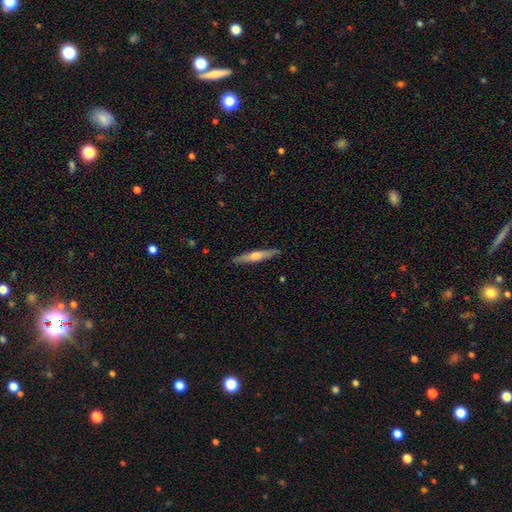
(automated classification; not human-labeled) Smooth or featured: featured or disk — 63% (smooth — 32%)
Edge-on disk: yes — 97% (no — 3%)
Edge-on bulge: rounded — 86% (none — 8%)
Merging: none — 91% (minor disturbance — 7%)